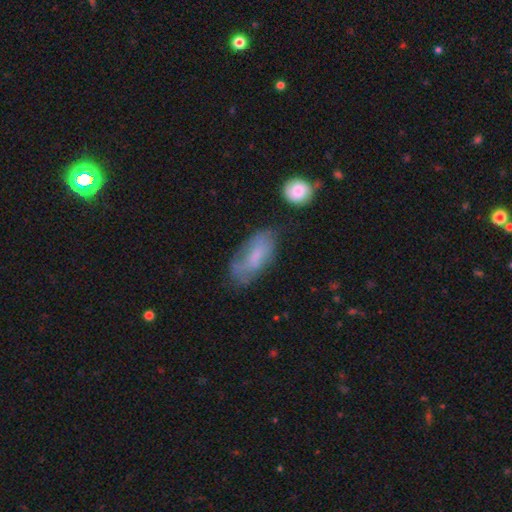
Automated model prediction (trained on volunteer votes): Morphology: type=smooth (61%); roundness=in between (86%); merging=none (51%).